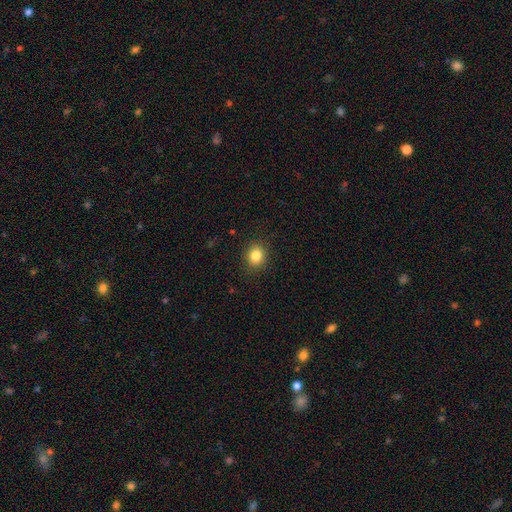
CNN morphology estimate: Overall: smooth (83%). How rounded: round (72%). Merging: none (89%).